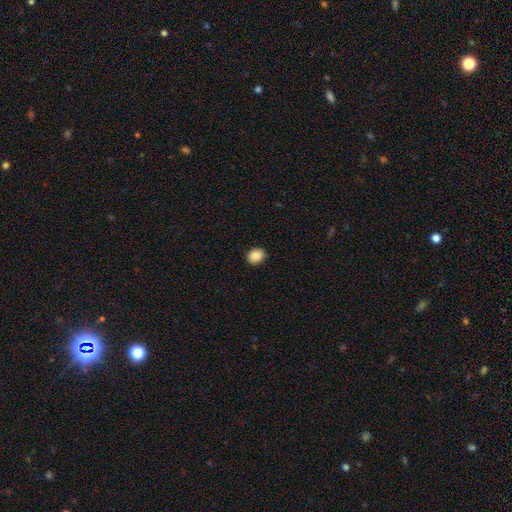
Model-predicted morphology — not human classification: smooth-or-featured: smooth: 88% | star or artifact: 8% | featured or disk: 4%
  how-rounded: in between: 50% | round: 49% | cigar-shaped: 1%
  merging: none: 89% | minor disturbance: 8% | major disturbance: 2% | merger: 1%